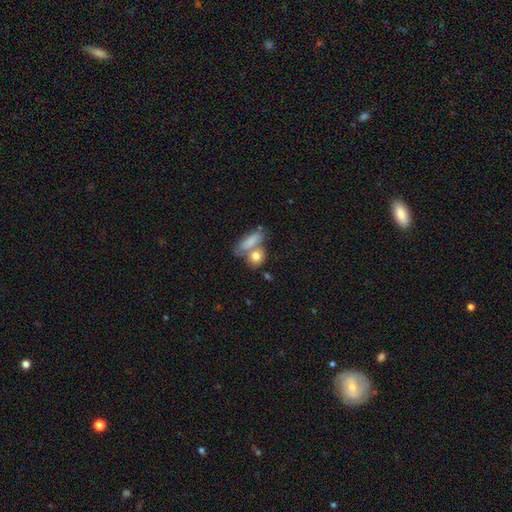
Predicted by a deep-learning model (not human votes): Q: Smooth or featured?
A: smooth (81%); runner-up: featured or disk (12%)
Q: How rounded?
A: round (47%); runner-up: in between (46%)
Q: Merging?
A: none (42%); runner-up: merger (41%)